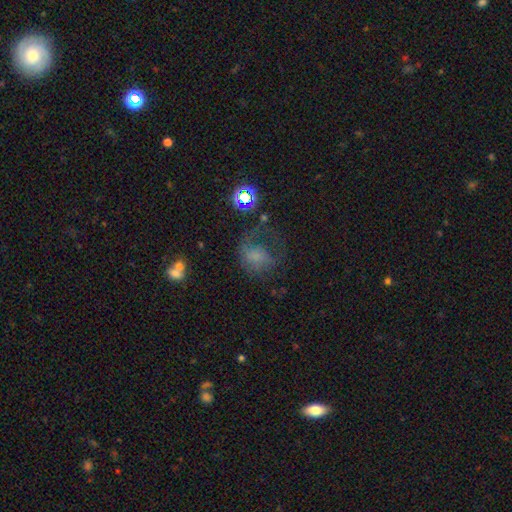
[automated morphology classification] smooth-or-featured: smooth: 46% | featured or disk: 35% | star or artifact: 19%
  merging: major disturbance: 43% | none: 32% | minor disturbance: 21% | merger: 4%